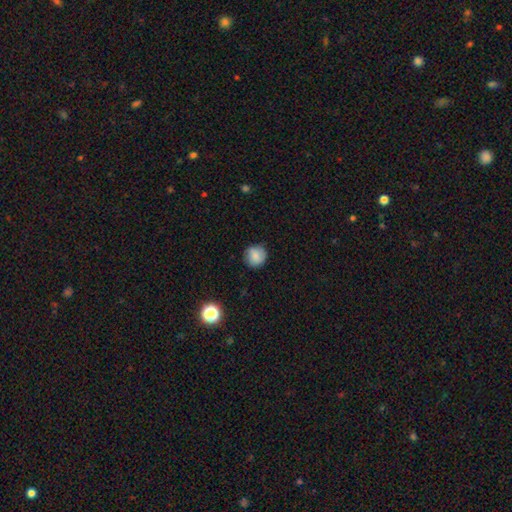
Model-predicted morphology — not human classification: smooth 84%, star or artifact 9%, featured or disk 7%. Down the decision tree: how rounded — round (90%); merging — none (84%).